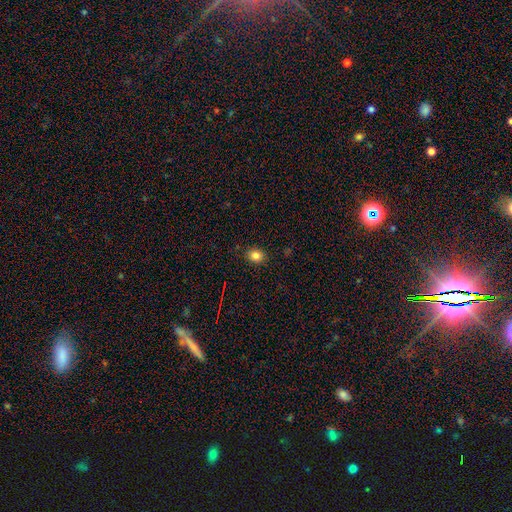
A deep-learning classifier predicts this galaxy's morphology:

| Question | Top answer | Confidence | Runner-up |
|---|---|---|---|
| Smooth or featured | smooth | 83% | star or artifact (12%) |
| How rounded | round | 57% | in between (42%) |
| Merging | none | 89% | minor disturbance (8%) |